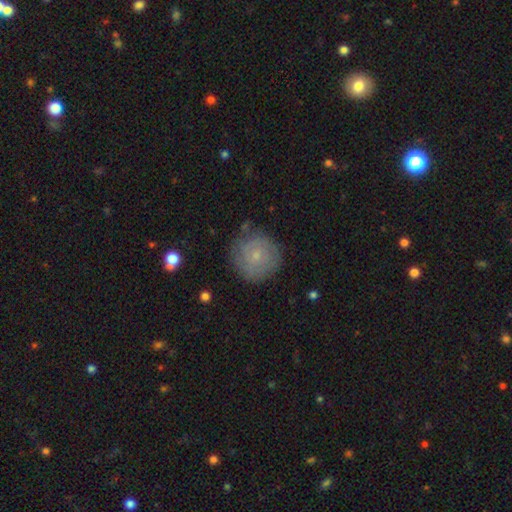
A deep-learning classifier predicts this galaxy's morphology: smooth-or-featured: smooth: 56% | featured or disk: 35% | star or artifact: 9%
  how-rounded: round: 93% | in between: 6% | cigar-shaped: 1%
  merging: none: 76% | minor disturbance: 17% | major disturbance: 5% | merger: 2%